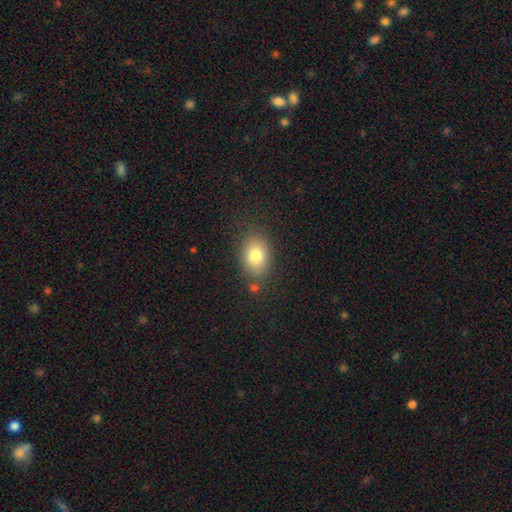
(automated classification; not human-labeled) smooth 80%, featured or disk 11%, star or artifact 9%. Down the decision tree: how rounded — in between (78%); merging — none (78%).